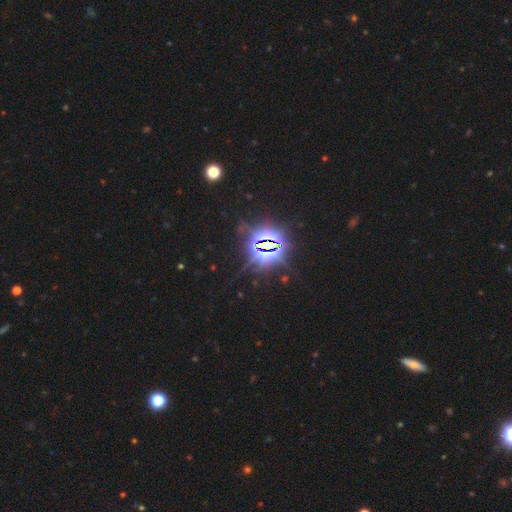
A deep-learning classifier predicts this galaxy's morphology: A star or artifact, not a galaxy (85%).